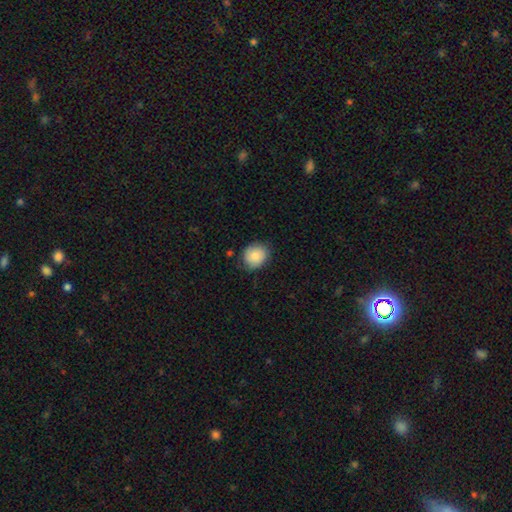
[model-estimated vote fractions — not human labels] This appears to be a smooth galaxy with no disk features (83%) that is round (69%). Merging: none (78%).